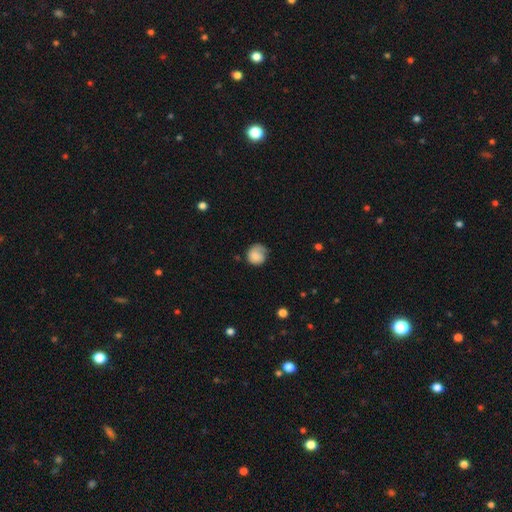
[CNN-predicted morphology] Smooth or featured? Predicted: smooth (p=0.75). How rounded? Predicted: round (p=0.80). Merging? Predicted: none (p=0.51).